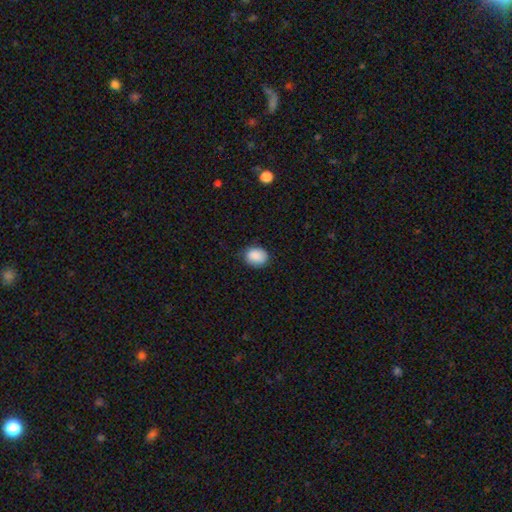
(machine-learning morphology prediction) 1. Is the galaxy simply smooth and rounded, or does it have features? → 89% smooth, 8% star or artifact, 4% featured or disk.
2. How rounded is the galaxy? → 50% round, 49% in between, 1% cigar-shaped.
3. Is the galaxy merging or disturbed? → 79% none, 17% minor disturbance, 3% major disturbance, 1% merger.